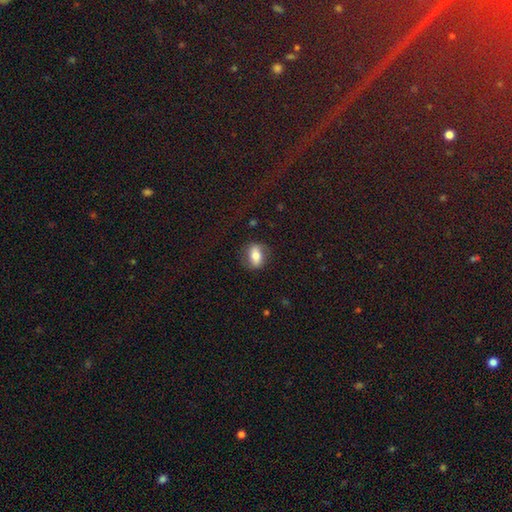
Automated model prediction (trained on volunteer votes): A smooth galaxy with no disk features (63%) that is in between round and cigar-shaped (72%). Merging: none (77%).